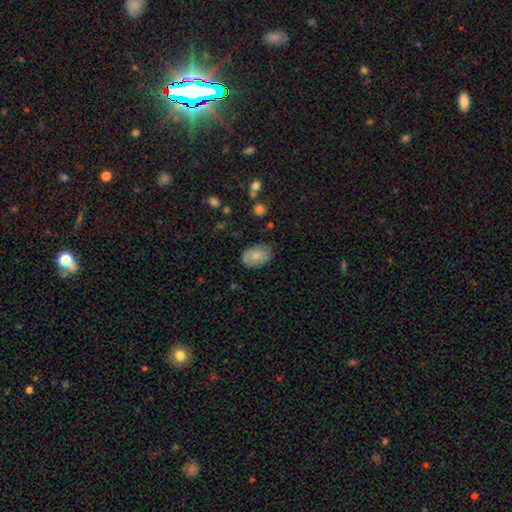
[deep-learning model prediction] A smooth galaxy with no disk features (76%) that is in between round and cigar-shaped (85%). Merging: none (75%).